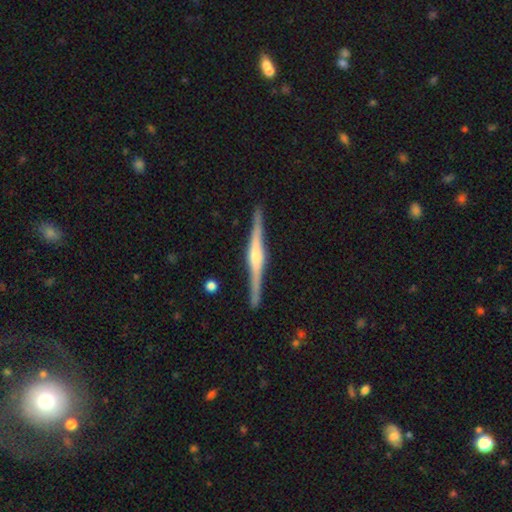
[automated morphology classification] smooth-or-featured: featured or disk: 86% | smooth: 9% | star or artifact: 5%
  disk-edge-on: yes: 99% | no: 1%
    edge-on-bulge: rounded: 75% | boxy: 18% | none: 7%
  merging: none: 91% | minor disturbance: 6% | major disturbance: 1% | merger: 1%